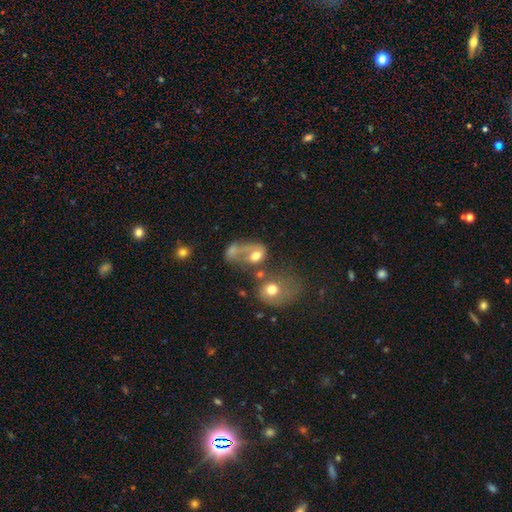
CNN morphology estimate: Smooth or featured: smooth — 62% (featured or disk — 26%)
How rounded: in between — 64% (round — 34%)
Merging: merger — 48% (major disturbance — 22%)